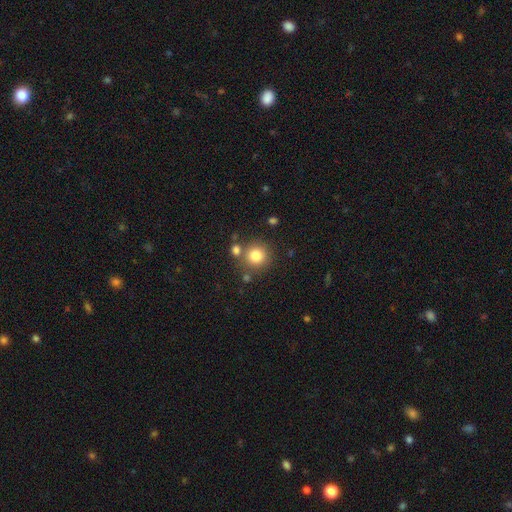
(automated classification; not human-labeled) Smooth or featured: smooth — 80% (star or artifact — 12%)
How rounded: round — 93% (in between — 6%)
Merging: none — 76% (merger — 12%)